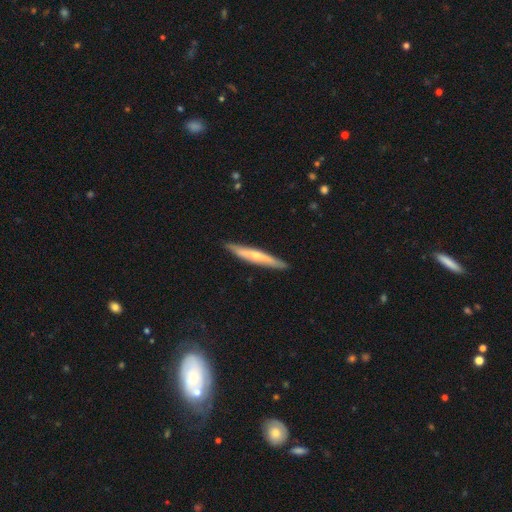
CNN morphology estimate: Smooth or featured: featured or disk — 56% (smooth — 38%)
Edge-on disk: yes — 93% (no — 7%)
Edge-on bulge: rounded — 65% (none — 29%)
Merging: none — 87% (minor disturbance — 10%)